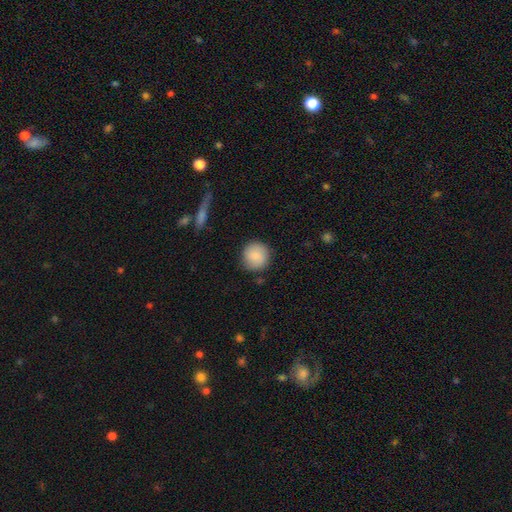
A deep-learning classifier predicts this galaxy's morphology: A smooth galaxy with no disk features (86%) that is round (93%). Merging: none (88%).